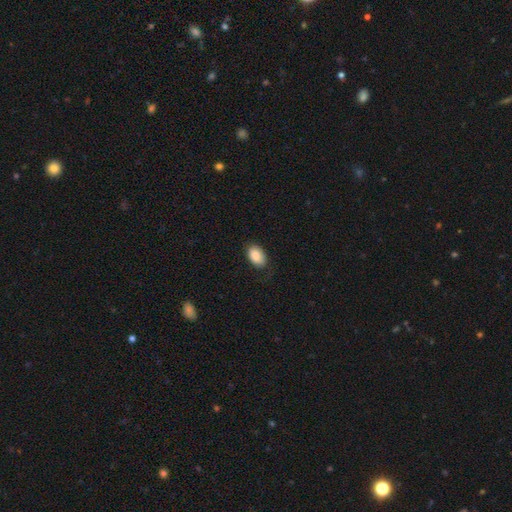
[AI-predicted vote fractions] A smooth galaxy with no disk features (89%) that is in between round and cigar-shaped (90%).

Vote fractions:
- Smooth or featured? smooth: 89% / star or artifact: 7% / featured or disk: 5%
- How rounded? in between: 90% / round: 9% / cigar-shaped: 1%
- Merging? none: 77% / minor disturbance: 17% / major disturbance: 4% / merger: 1%